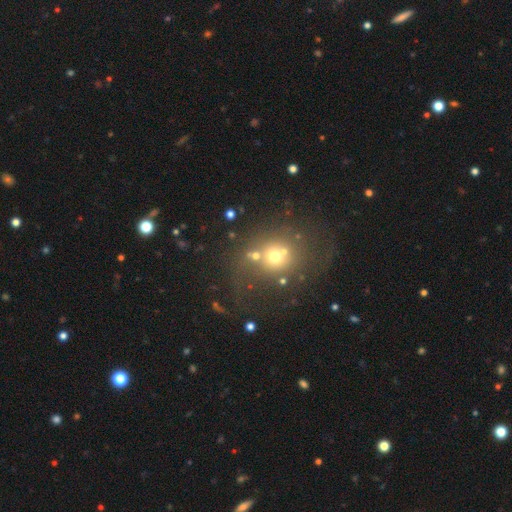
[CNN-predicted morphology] This is likely a smooth galaxy (62%). How rounded: clearly round (83%). Merging: possibly none (60%).